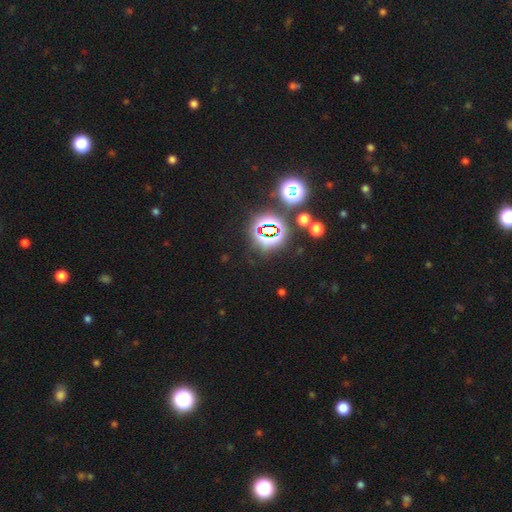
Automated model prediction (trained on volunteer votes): The model was most divided on "smooth or featured": star or artifact: 82%, smooth: 11%, featured or disk: 7%.